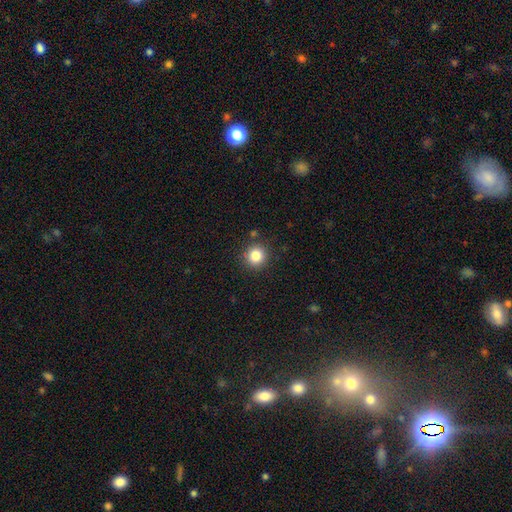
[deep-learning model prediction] This appears to be a smooth galaxy with no disk features (83%) that is round (93%). Merging: none (88%).